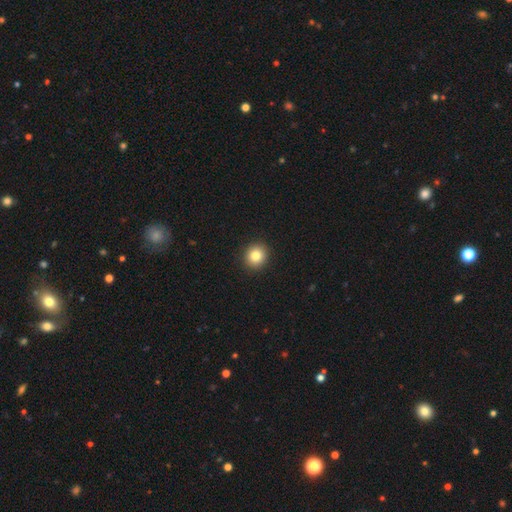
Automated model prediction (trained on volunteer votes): A smooth galaxy with no disk features (83%) that is round (86%).

Vote fractions:
- Smooth or featured? smooth: 83% / star or artifact: 10% / featured or disk: 7%
- How rounded? round: 86% / in between: 14% / cigar-shaped: 1%
- Merging? none: 92% / minor disturbance: 5% / major disturbance: 2% / merger: 1%